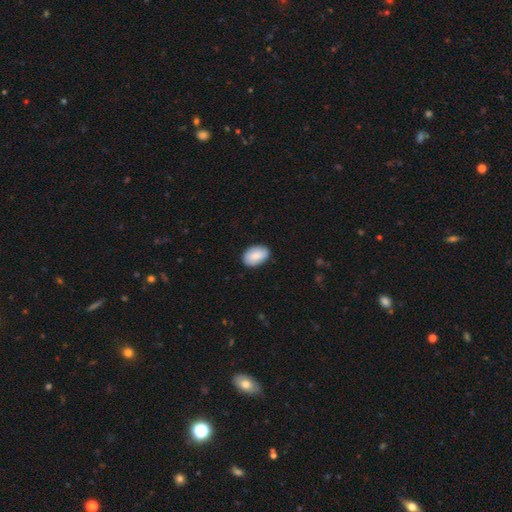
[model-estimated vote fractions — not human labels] Morphology: type=smooth (84%); roundness=in between (88%); merging=none (84%).